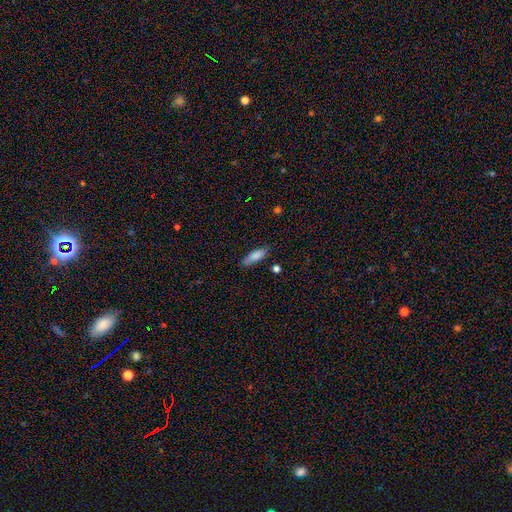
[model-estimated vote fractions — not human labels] Smooth or featured: smooth — 84% (featured or disk — 9%)
How rounded: in between — 53% (cigar-shaped — 45%)
Merging: none — 79% (minor disturbance — 16%)